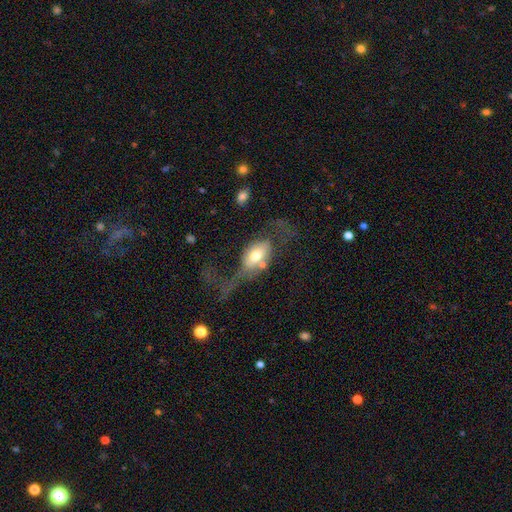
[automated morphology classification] smooth 50%, featured or disk 43%, star or artifact 7%. Down the decision tree: merging — major disturbance (44%).